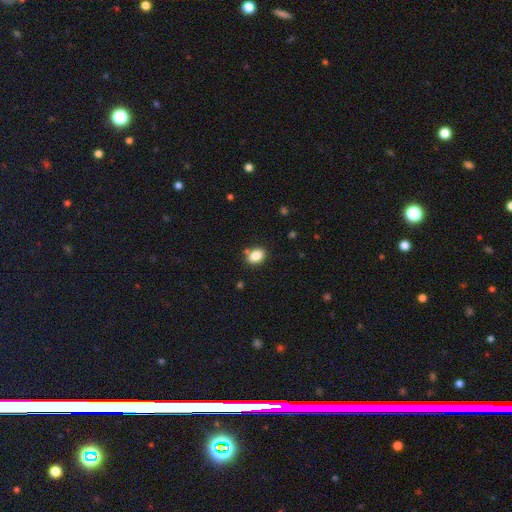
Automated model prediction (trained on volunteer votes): smooth_or_featured: smooth (p=0.85) [alt: star or artifact p=0.09]
how_rounded: in between (p=0.70) [alt: round p=0.29]
merging: none (p=0.80) [alt: minor disturbance p=0.12]